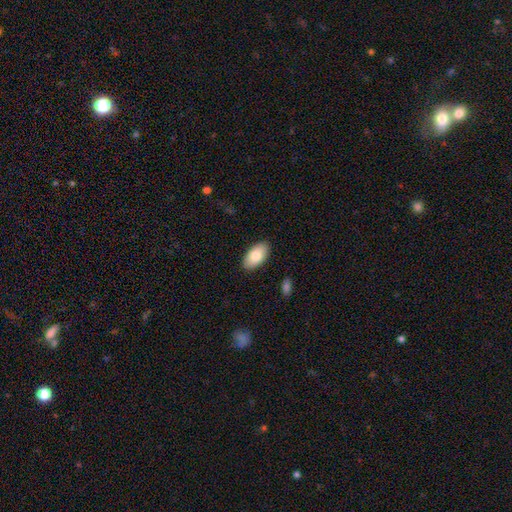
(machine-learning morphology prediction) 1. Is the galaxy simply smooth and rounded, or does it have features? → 83% smooth, 11% featured or disk, 6% star or artifact.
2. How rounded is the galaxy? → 95% in between, 2% cigar-shaped, 2% round.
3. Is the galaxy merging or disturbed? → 88% none, 9% minor disturbance, 2% major disturbance, 1% merger.